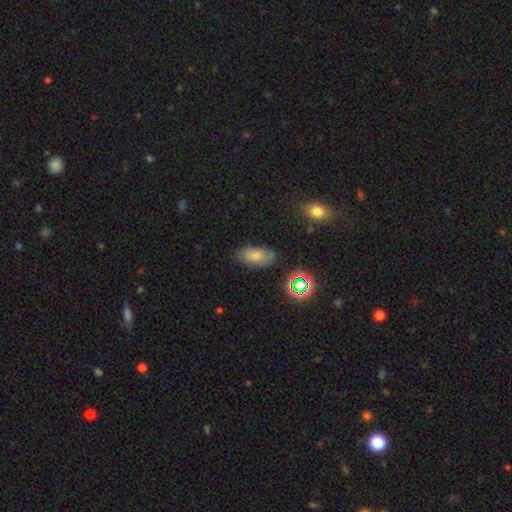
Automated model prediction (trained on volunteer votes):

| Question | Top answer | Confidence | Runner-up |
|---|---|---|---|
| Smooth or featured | smooth | 71% | star or artifact (15%) |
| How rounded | in between | 91% | round (5%) |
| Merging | none | 75% | minor disturbance (18%) |